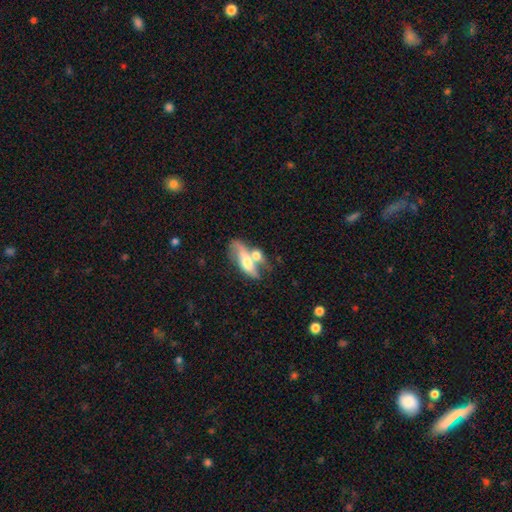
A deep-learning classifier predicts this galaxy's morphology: Overall: featured or disk (48%; smooth 45%). Merging: merger (55%; none 25%).